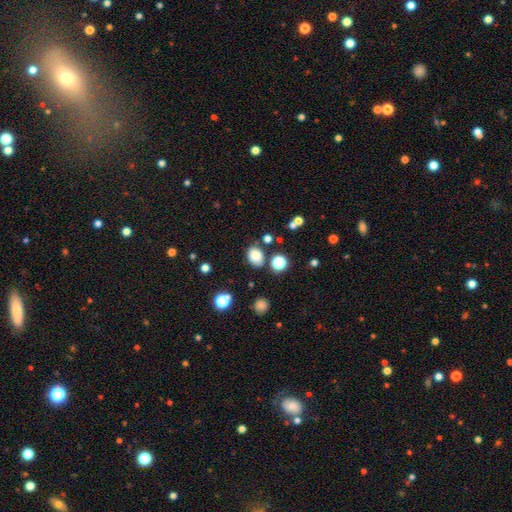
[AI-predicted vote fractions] This appears to be a smooth galaxy with no disk features (81%) that is in between round and cigar-shaped (60%). Merging: none (77%).